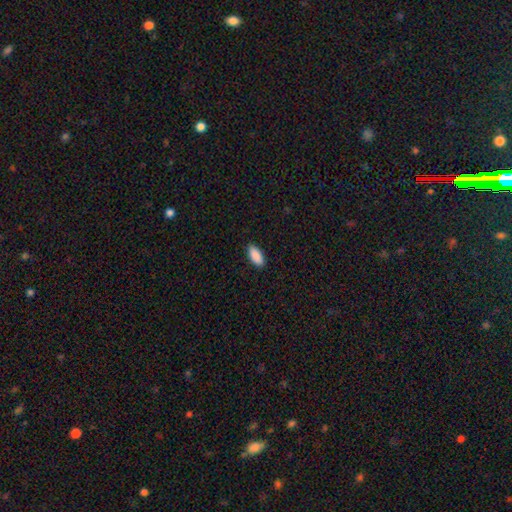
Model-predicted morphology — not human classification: Smooth or featured?
  - smooth: 91% *
  - star or artifact: 6%
  - featured or disk: 3%
How rounded?
  - in between: 89% *
  - cigar-shaped: 9%
  - round: 2%
Merging?
  - none: 89% *
  - minor disturbance: 8%
  - major disturbance: 2%
  - merger: 1%